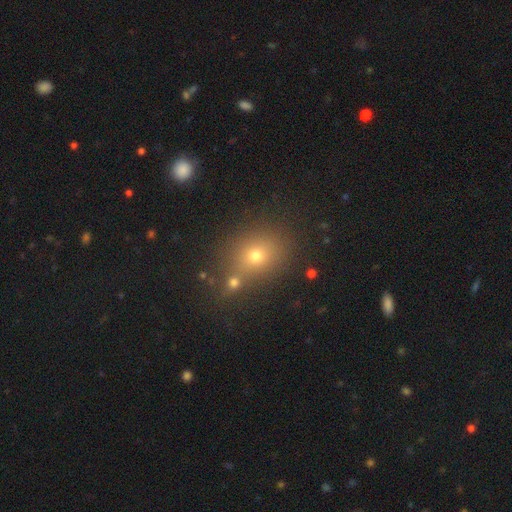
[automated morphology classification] Smooth or featured? smooth (65%)
How rounded? round (60%)
Merging? none (68%)